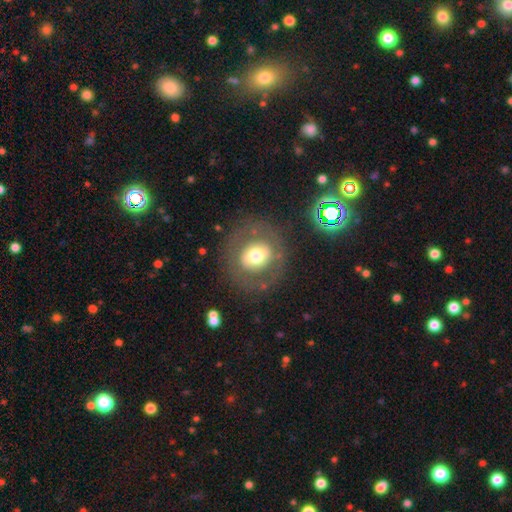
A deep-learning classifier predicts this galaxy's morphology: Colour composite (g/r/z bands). It shows a smooth galaxy with no disk features (53%) that is round (85%). Merging: none (79%).